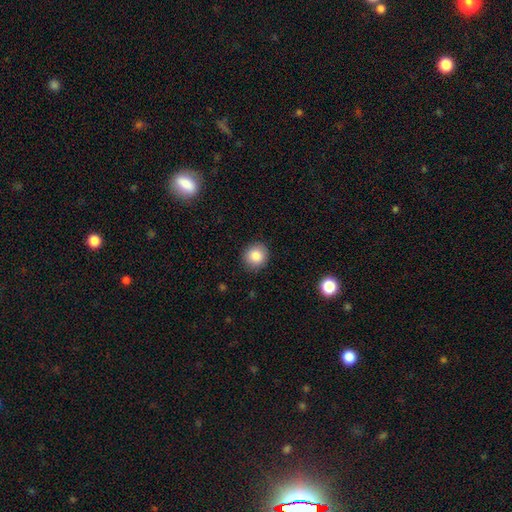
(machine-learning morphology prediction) A smooth galaxy with no disk features (85%) that is round (89%). Merging: none (90%).